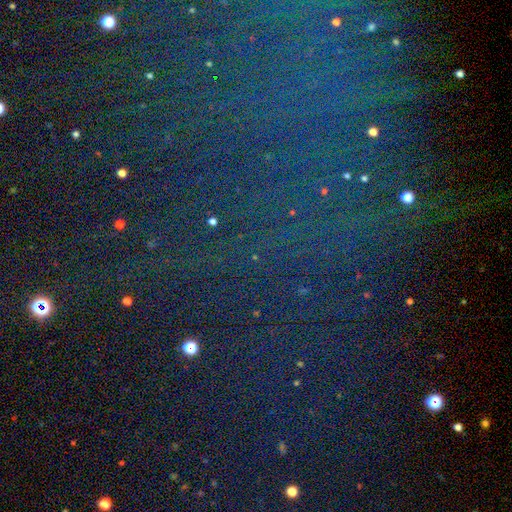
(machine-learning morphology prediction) This appears to be a star or artifact, not a galaxy (81%).